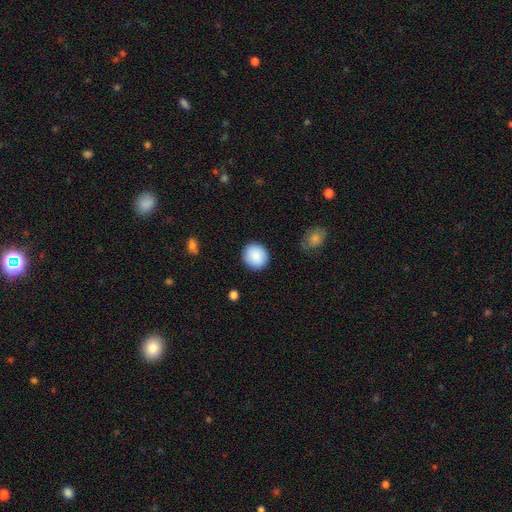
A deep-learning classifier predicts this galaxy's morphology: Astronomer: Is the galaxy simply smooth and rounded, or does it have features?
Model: smooth — 88%.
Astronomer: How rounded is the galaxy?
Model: round — 89%.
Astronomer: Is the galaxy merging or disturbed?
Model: none — 89%.